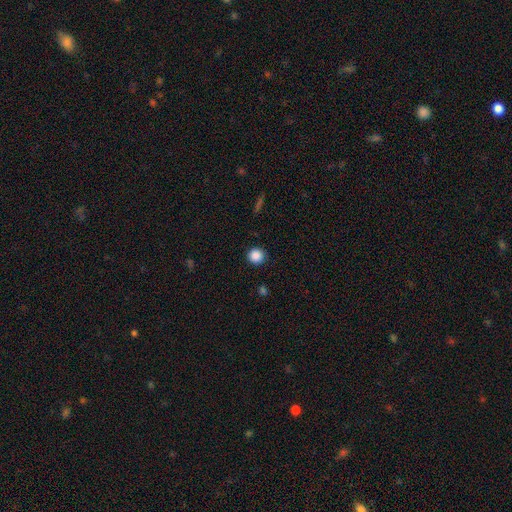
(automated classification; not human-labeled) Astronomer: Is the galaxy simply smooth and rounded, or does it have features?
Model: smooth — 88%.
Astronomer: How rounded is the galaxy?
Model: round — 94%.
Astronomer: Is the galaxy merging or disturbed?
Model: none — 92%.